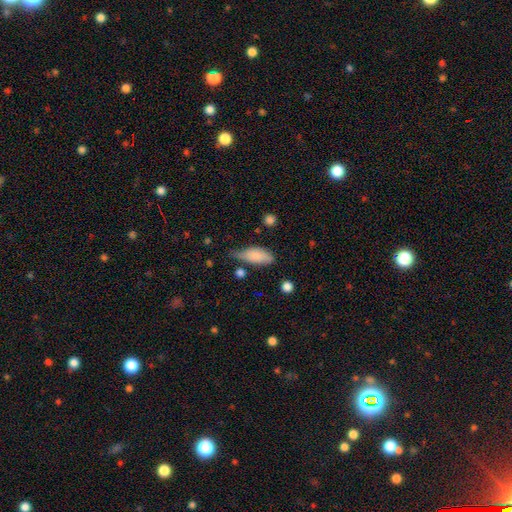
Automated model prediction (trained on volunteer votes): A smooth galaxy with no disk features (79%) that is in between round and cigar-shaped (78%).

Vote fractions:
- Smooth or featured? smooth: 79% / featured or disk: 14% / star or artifact: 7%
- How rounded? in between: 78% / cigar-shaped: 19% / round: 3%
- Merging? none: 45% / minor disturbance: 40% / major disturbance: 10% / merger: 5%